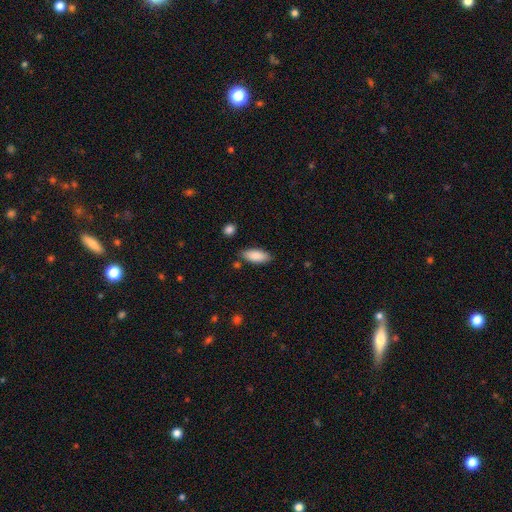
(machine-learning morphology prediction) Overall: smooth (88%). How rounded: in between (84%). Merging: none (81%).